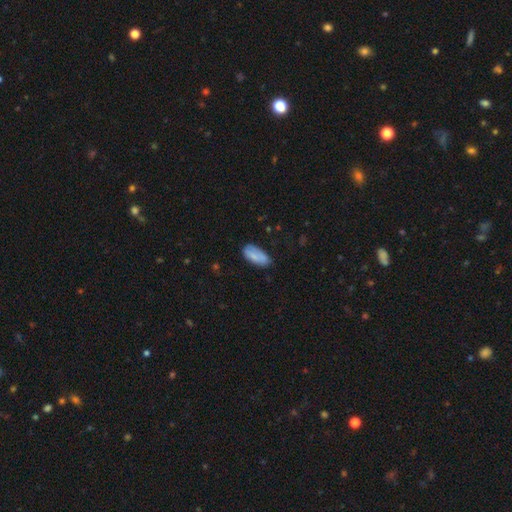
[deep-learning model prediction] Smooth or featured: smooth — 78% (featured or disk — 15%)
How rounded: in between — 90% (cigar-shaped — 8%)
Merging: none — 64% (minor disturbance — 28%)